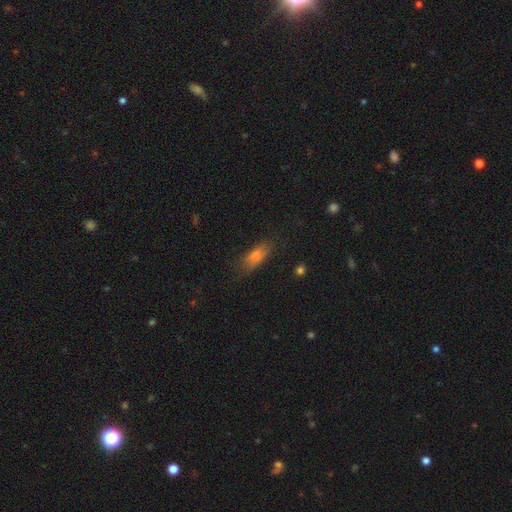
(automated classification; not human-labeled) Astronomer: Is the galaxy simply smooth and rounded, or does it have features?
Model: smooth — 72%.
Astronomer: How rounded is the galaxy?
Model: in between — 67%.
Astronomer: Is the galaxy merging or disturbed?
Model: none — 72%.